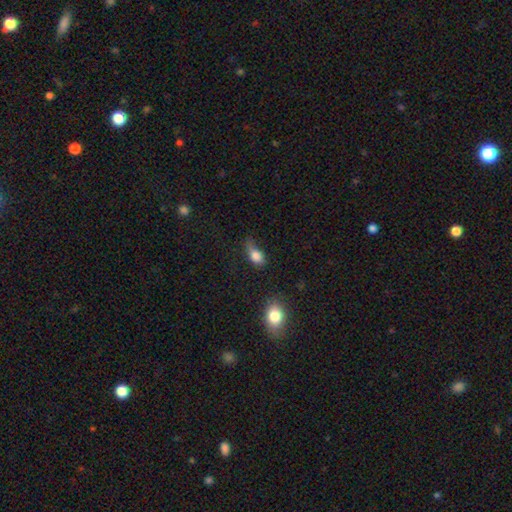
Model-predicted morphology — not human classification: smooth_or_featured: smooth (p=0.80) [alt: featured or disk p=0.11]
how_rounded: in between (p=0.76) [alt: round p=0.18]
merging: minor disturbance (p=0.38) [alt: major disturbance p=0.30]